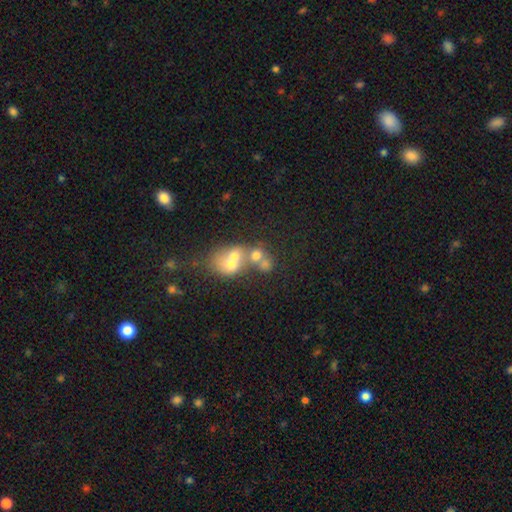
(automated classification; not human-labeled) This appears to be a smooth galaxy with no disk features (57%) that is round (67%). Merging: merger (63%).